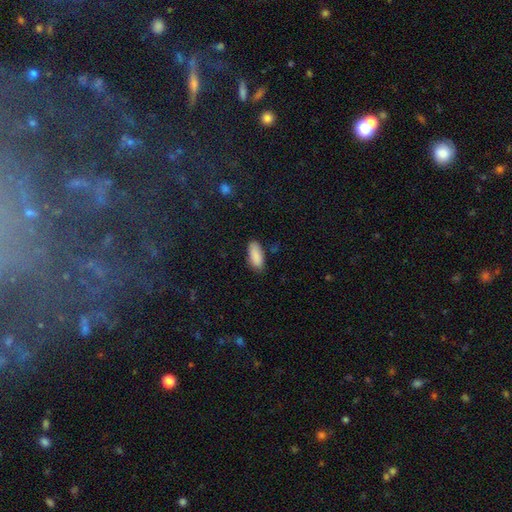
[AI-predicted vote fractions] smooth_or_featured: smooth (p=0.89) [alt: star or artifact p=0.07]
how_rounded: in between (p=0.84) [alt: cigar-shaped p=0.14]
merging: none (p=0.81) [alt: minor disturbance p=0.15]